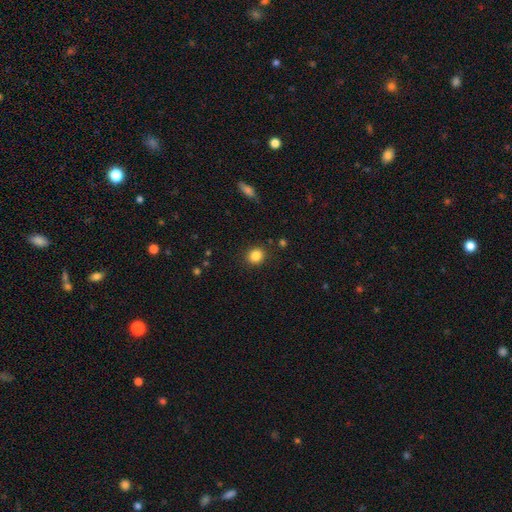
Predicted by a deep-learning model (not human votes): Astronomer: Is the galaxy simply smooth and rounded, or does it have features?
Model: smooth — 85%.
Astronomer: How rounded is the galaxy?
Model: round — 78%.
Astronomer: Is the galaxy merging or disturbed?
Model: none — 89%.